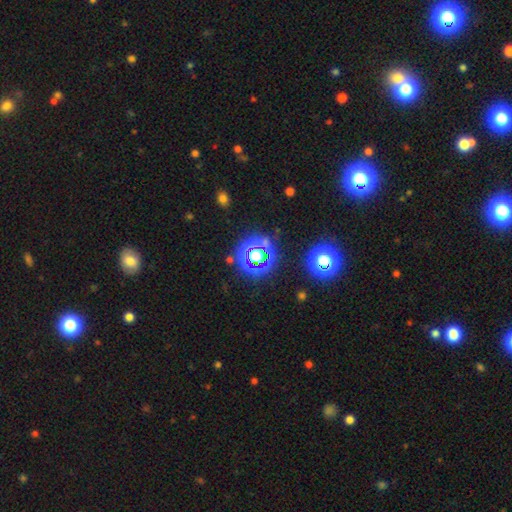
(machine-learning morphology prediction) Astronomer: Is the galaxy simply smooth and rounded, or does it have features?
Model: star or artifact — 68%.